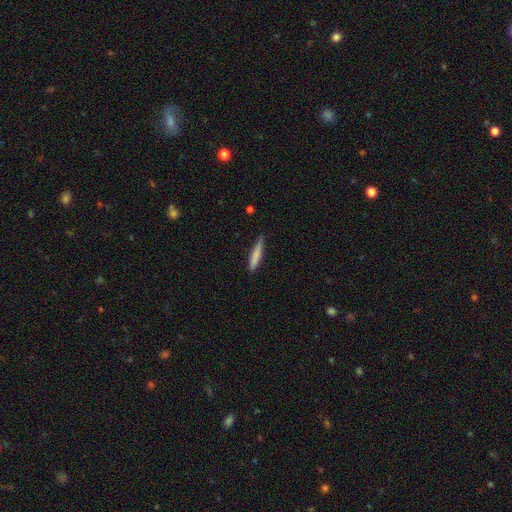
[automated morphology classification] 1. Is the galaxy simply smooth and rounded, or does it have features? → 77% smooth, 18% featured or disk, 6% star or artifact.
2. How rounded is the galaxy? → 93% cigar-shaped, 6% in between, 1% round.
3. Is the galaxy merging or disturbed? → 82% none, 15% minor disturbance, 2% major disturbance, 1% merger.